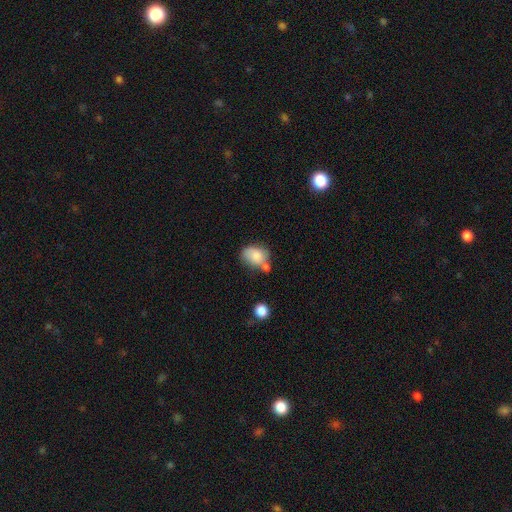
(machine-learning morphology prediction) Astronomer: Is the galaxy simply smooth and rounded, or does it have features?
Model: smooth — 82%.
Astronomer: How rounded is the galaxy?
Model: in between — 69%.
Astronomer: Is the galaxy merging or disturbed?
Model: none — 40% (runner-up: merger, 29%).